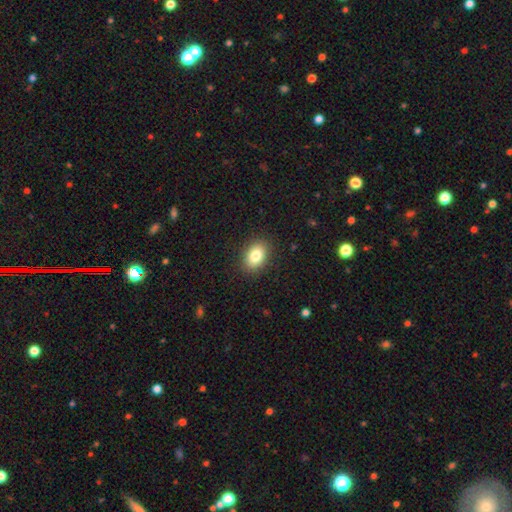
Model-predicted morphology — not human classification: This is clearly a smooth galaxy (83%). How rounded: clearly in between (82%). Merging: clearly none (88%).